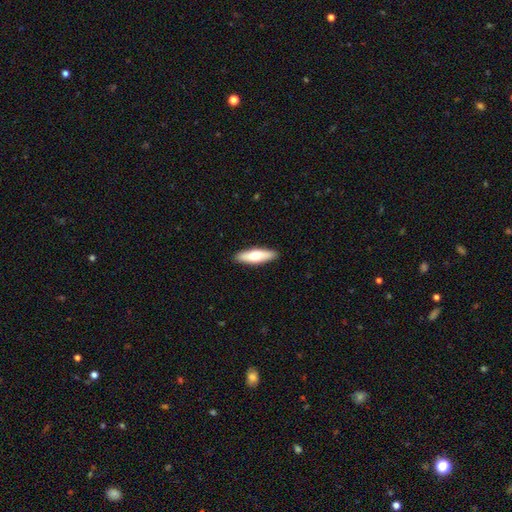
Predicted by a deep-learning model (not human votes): This appears to be a smooth galaxy with no disk features (66%) that is cigar-shaped (60%). Merging: none (90%).